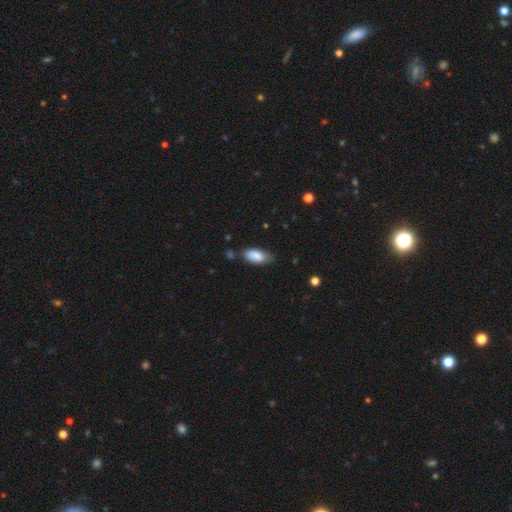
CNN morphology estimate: type=smooth (85%); roundness=in between (90%); merging=none (63%).